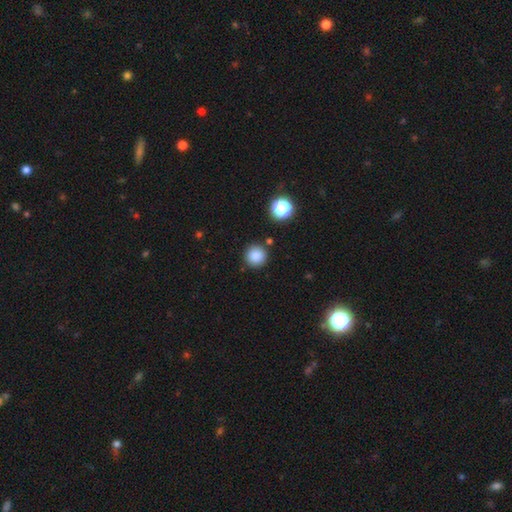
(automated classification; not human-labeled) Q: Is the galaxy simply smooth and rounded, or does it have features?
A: smooth — 85%.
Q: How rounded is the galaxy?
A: round — 94%.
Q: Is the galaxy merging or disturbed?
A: none — 87%.